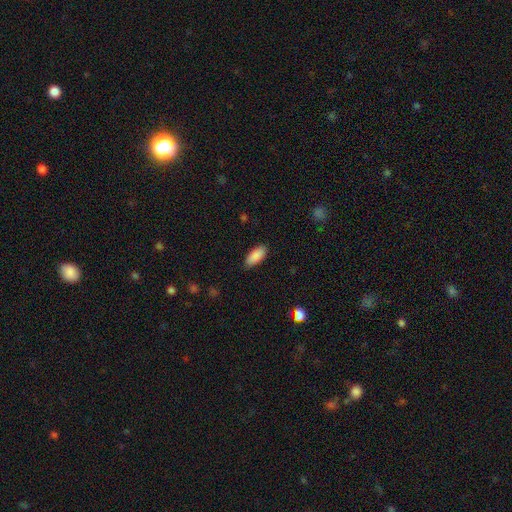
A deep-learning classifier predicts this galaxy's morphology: Smooth or featured?
  - smooth: 89% *
  - star or artifact: 6%
  - featured or disk: 5%
How rounded?
  - in between: 86% *
  - cigar-shaped: 12%
  - round: 2%
Merging?
  - none: 87% *
  - minor disturbance: 10%
  - major disturbance: 2%
  - merger: 1%